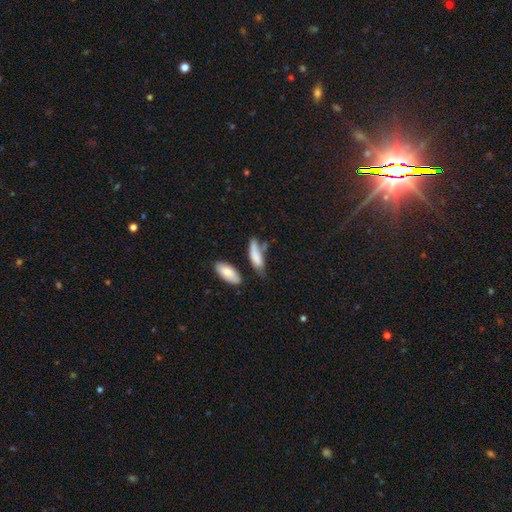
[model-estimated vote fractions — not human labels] Smooth or featured? Predicted: smooth (p=0.76). How rounded? Predicted: in between (p=0.56). Merging? Predicted: none (p=0.41).